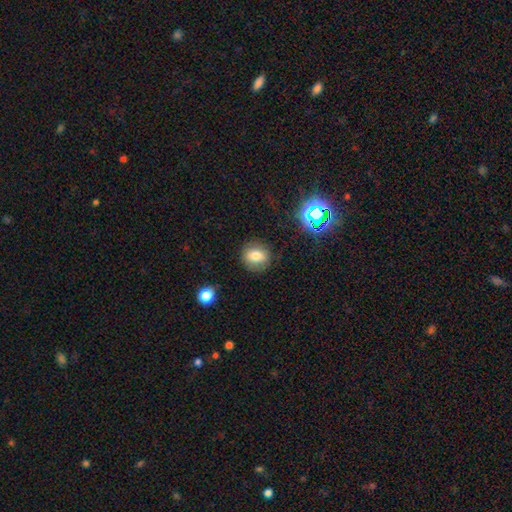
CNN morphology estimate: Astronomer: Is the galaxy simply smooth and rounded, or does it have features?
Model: smooth — 75%.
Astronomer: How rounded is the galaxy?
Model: round — 75%.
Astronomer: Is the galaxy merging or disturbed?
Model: none — 85%.